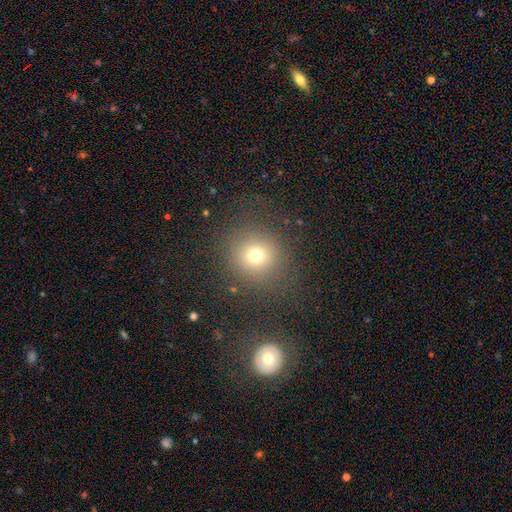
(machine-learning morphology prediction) Smooth or featured?
  - smooth: 71% *
  - star or artifact: 18%
  - featured or disk: 11%
How rounded?
  - round: 89% *
  - in between: 9%
  - cigar-shaped: 1%
Merging?
  - none: 79% *
  - minor disturbance: 10%
  - major disturbance: 8%
  - merger: 3%